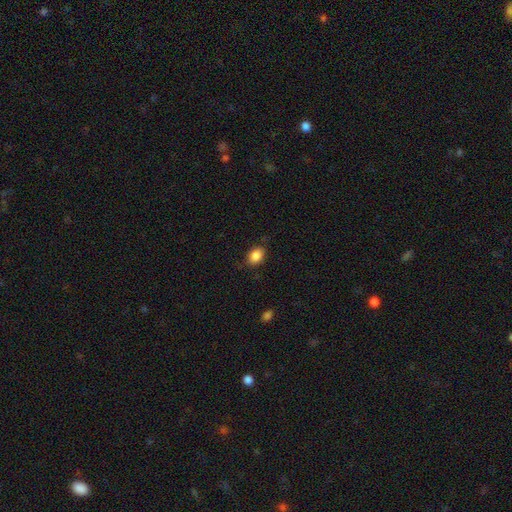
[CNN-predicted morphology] A smooth galaxy with no disk features (87%) that is in between round and cigar-shaped (70%). Merging: none (80%).